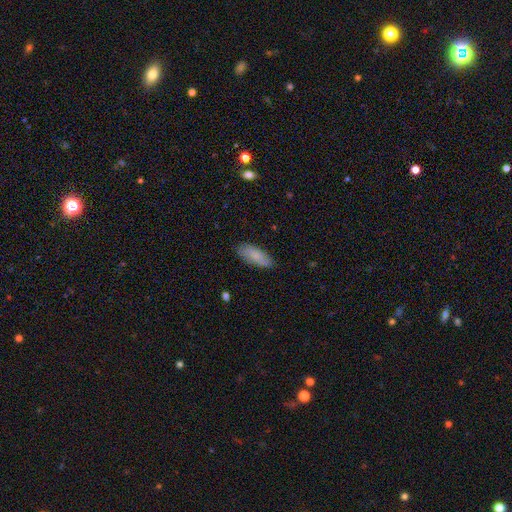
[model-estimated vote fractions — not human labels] Overall: smooth (74%). How rounded: in between (79%). Merging: none (79%).